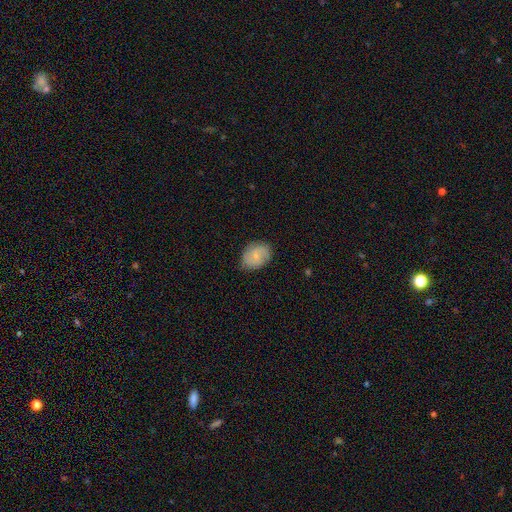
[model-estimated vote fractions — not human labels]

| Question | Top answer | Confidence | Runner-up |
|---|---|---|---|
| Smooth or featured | smooth | 58% | featured or disk (35%) |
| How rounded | in between | 67% | round (32%) |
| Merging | none | 79% | minor disturbance (17%) |